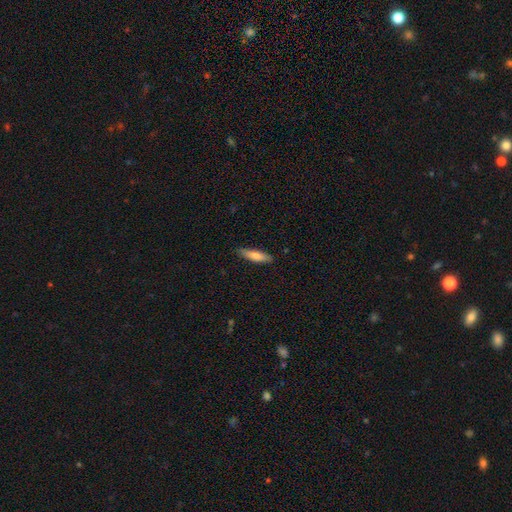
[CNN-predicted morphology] Smooth or featured? smooth (75%)
How rounded? cigar-shaped (71%)
Merging? none (85%)